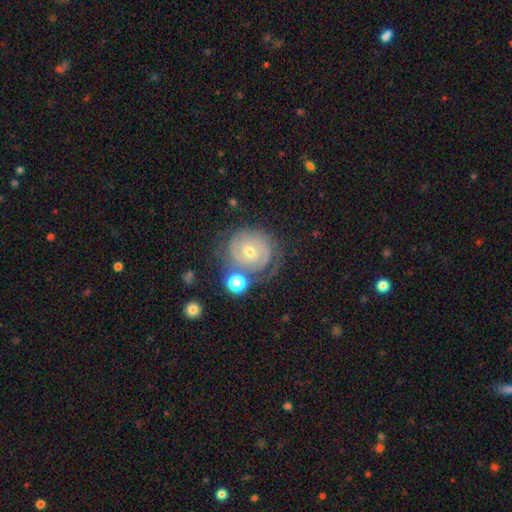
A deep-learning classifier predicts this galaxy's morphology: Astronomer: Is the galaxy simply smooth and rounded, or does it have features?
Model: featured or disk — 80%.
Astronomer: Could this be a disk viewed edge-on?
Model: no — 97%.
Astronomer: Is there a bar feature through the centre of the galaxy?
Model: no — 51% (runner-up: weak, 40%).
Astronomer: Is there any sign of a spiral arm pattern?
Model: yes — 95%.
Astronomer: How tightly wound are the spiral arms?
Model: tight — 71%.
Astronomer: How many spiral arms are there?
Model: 2 — 51%.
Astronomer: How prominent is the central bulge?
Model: small — 52% (runner-up: moderate, 44%).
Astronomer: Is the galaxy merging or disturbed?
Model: none — 62%.